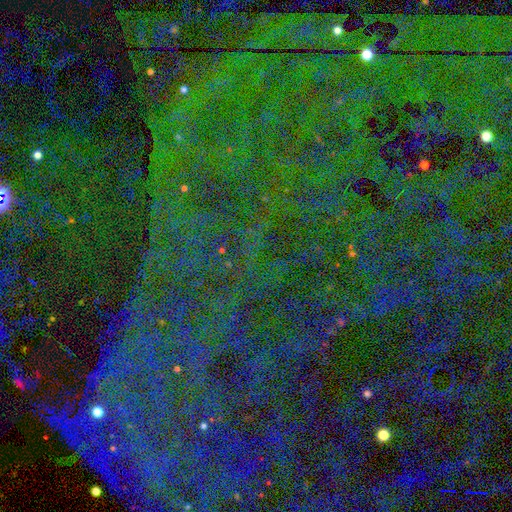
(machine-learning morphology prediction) Smooth or featured?
  - star or artifact: 83% *
  - smooth: 10%
  - featured or disk: 8%